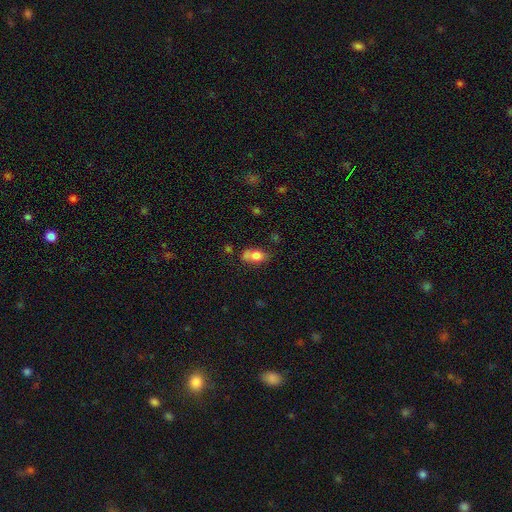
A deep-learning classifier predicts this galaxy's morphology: Smooth or featured: smooth — 76% (featured or disk — 15%)
How rounded: in between — 76% (round — 19%)
Merging: none — 45% (minor disturbance — 24%)